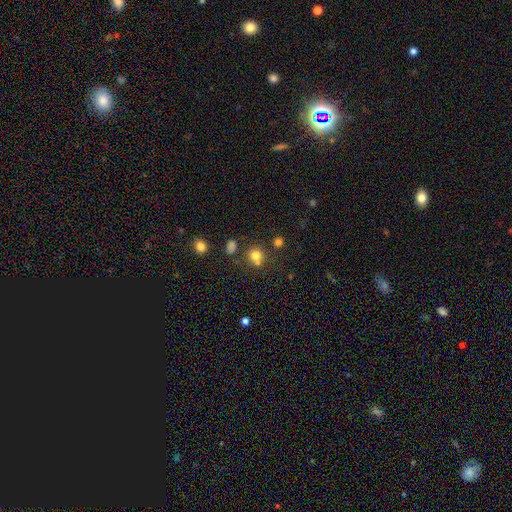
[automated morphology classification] Overall: smooth (76%). How rounded: round (87%). Merging: none (66%).